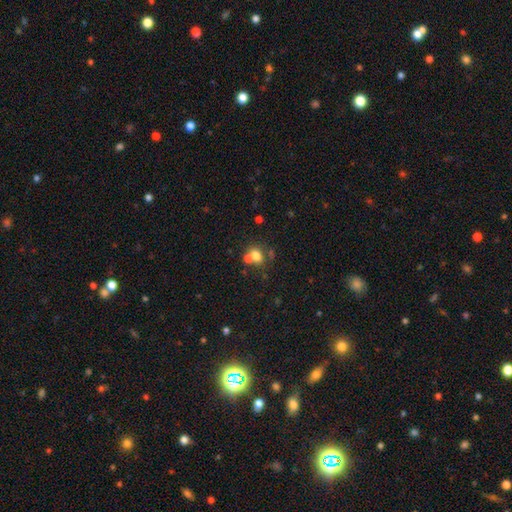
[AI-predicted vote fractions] A smooth galaxy with no disk features (71%) that is round (55%). Merging: merger (43%, tied with none).